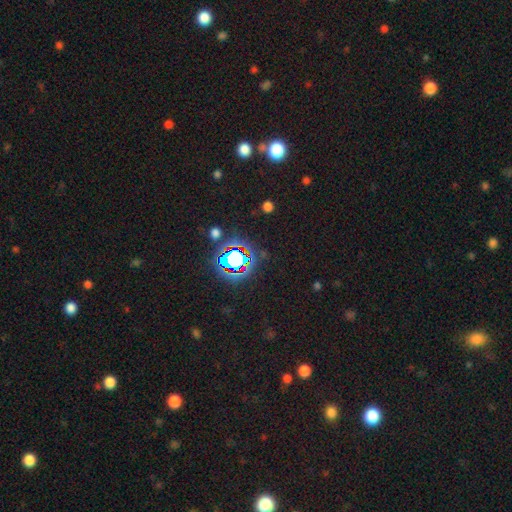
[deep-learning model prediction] smooth-or-featured: star or artifact: 80% | smooth: 13% | featured or disk: 8%